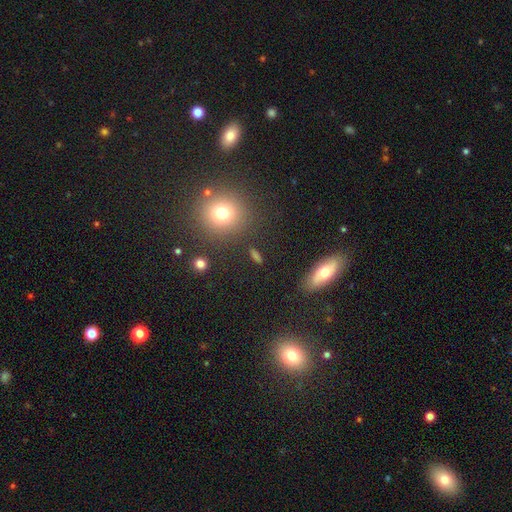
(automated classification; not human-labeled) Smooth or featured? Predicted: smooth (p=0.60). How rounded? Predicted: round (p=0.46). Merging? Predicted: none (p=0.83).